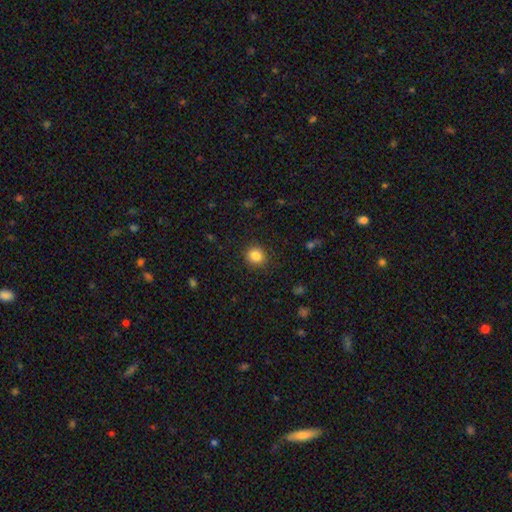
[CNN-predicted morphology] Smooth or featured: smooth — 85% (star or artifact — 11%)
How rounded: round — 87% (in between — 12%)
Merging: none — 89% (minor disturbance — 8%)